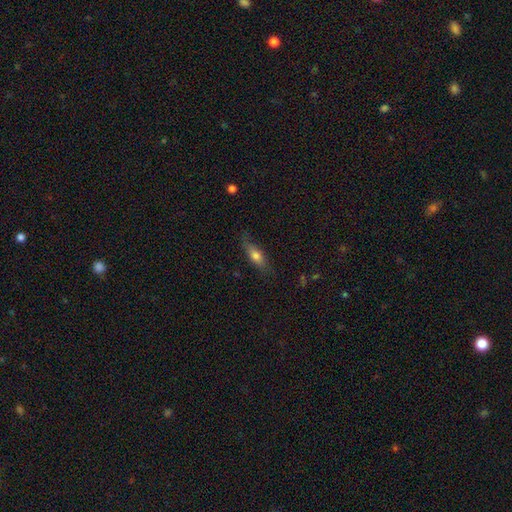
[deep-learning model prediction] The model was most divided on "how rounded": in between: 55%, cigar-shaped: 41%, round: 4%. More confident: merging — none (73%); smooth or featured — smooth (66%).